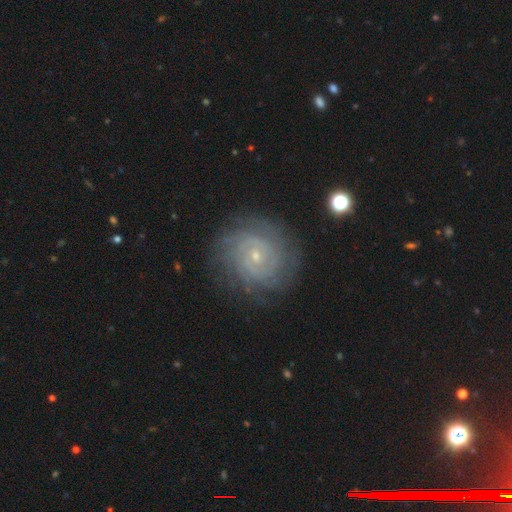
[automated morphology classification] Smooth or featured? featured or disk (82%)
Edge-on disk? no (97%)
Bar? no (71%)
Spiral arms? yes (95%)
Spiral winding? tight (77%)
Spiral arm count? can't tell (35%)
Bulge size? small (81%)
Merging? none (81%)